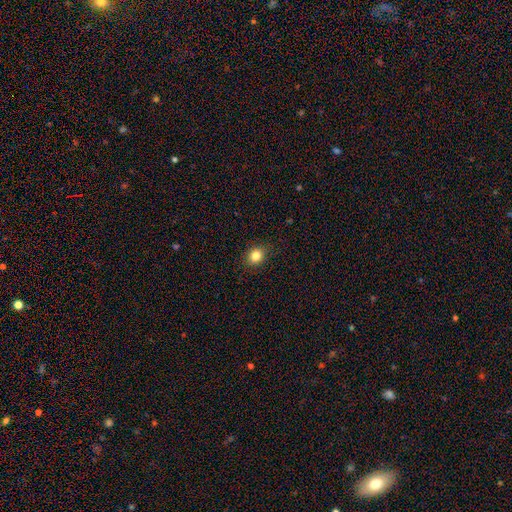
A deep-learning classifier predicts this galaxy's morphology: Smooth or featured? Predicted: smooth (p=0.83). How rounded? Predicted: round (p=0.63). Merging? Predicted: none (p=0.88).